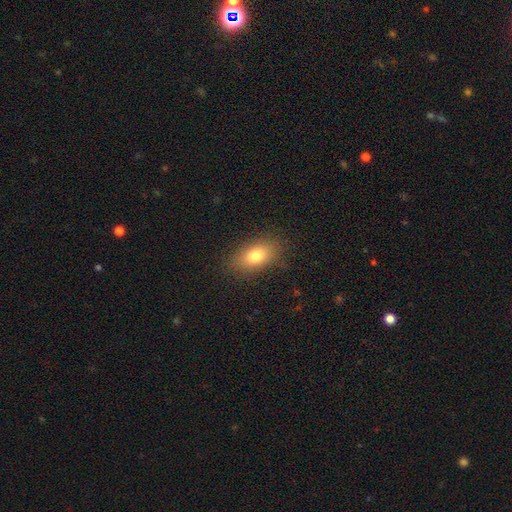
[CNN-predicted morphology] A smooth galaxy with no disk features (79%) that is in between round and cigar-shaped (85%). Merging: none (86%).